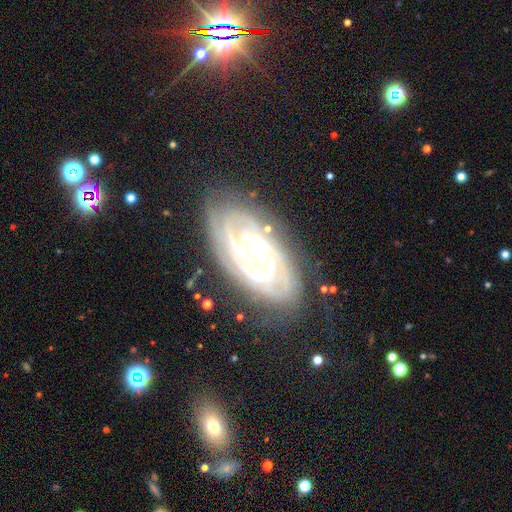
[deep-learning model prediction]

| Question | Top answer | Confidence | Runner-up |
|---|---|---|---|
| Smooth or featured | featured or disk | 88% | smooth (7%) |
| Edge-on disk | no | 93% | yes (7%) |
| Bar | no | 64% | weak (23%) |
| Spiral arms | yes | 97% | no (3%) |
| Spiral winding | tight | 78% | medium (19%) |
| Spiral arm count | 2 | 27% | 3 (24%) |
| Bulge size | moderate | 60% | large (23%) |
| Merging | none | 77% | minor disturbance (16%) |